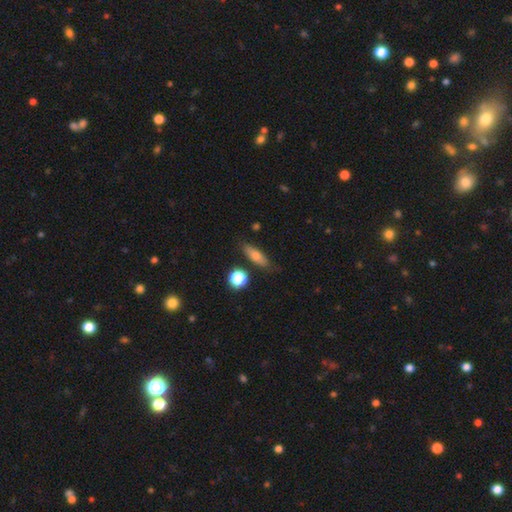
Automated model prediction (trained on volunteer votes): The model was most divided on "how rounded": in between: 51%, cigar-shaped: 43%, round: 6%. More confident: merging — none (78%); smooth or featured — smooth (68%).